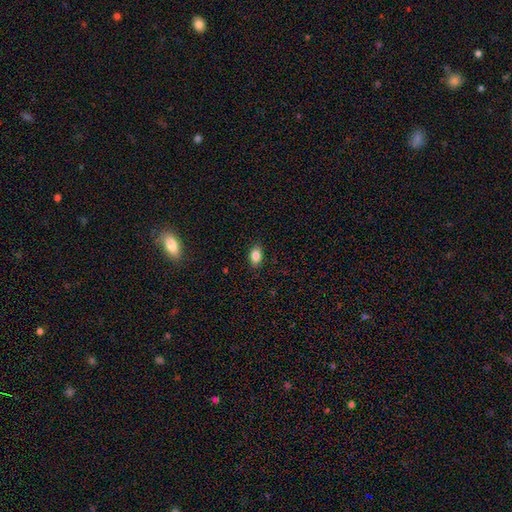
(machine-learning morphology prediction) Q: Smooth or featured?
A: smooth (84%); runner-up: star or artifact (9%)
Q: How rounded?
A: in between (87%); runner-up: round (11%)
Q: Merging?
A: none (88%); runner-up: minor disturbance (9%)